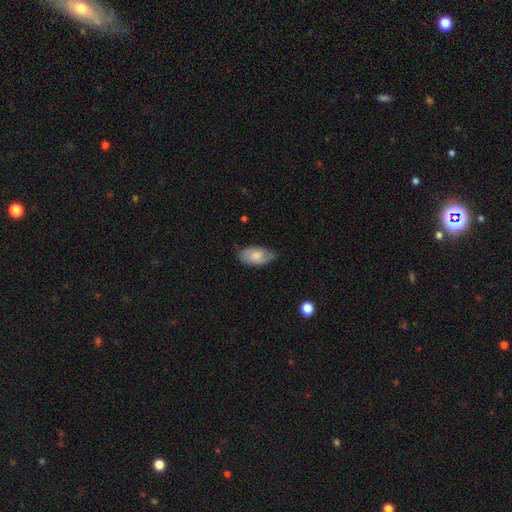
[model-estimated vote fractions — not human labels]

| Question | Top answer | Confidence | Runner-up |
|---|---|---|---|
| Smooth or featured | smooth | 66% | featured or disk (28%) |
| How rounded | in between | 93% | round (4%) |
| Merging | none | 71% | minor disturbance (24%) |